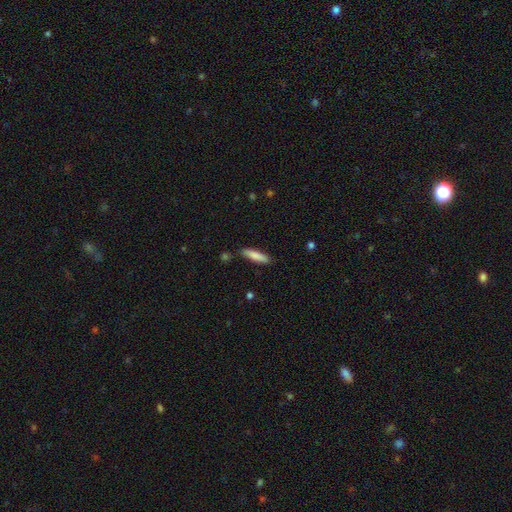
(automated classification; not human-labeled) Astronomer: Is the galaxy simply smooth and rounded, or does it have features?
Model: smooth — 81%.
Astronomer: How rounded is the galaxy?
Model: cigar-shaped — 76%.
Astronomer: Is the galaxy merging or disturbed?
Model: none — 84%.